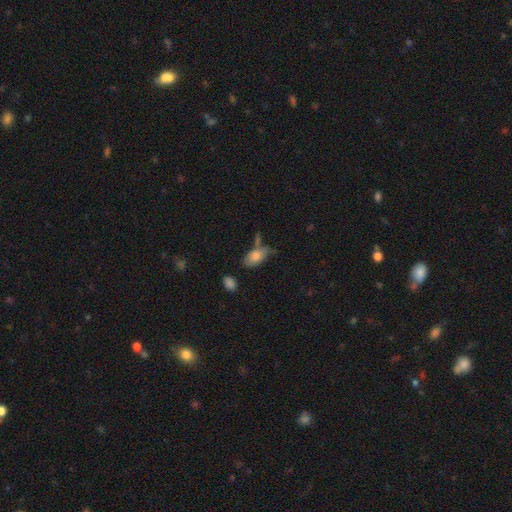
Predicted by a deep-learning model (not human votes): The model was most divided on "merging": none: 47%, minor disturbance: 28%, merger: 14%, major disturbance: 11%. More confident: how rounded — in between (91%); smooth or featured — smooth (78%).